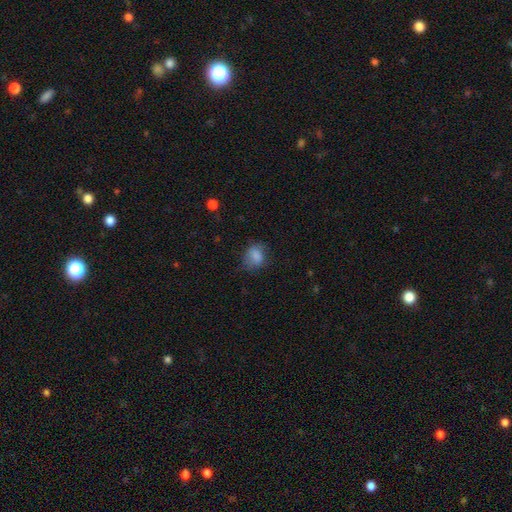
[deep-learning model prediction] smooth-or-featured: smooth: 81% | star or artifact: 9% | featured or disk: 9%
  how-rounded: in between: 56% | round: 43% | cigar-shaped: 1%
  merging: none: 60% | minor disturbance: 27% | major disturbance: 12% | merger: 1%